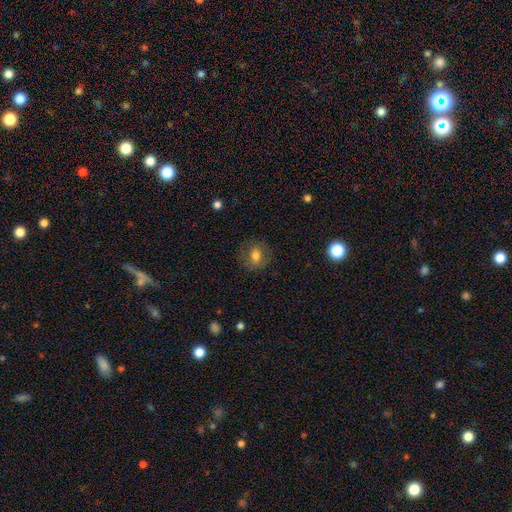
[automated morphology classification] Overall: smooth (67%). How rounded: round (75%). Merging: none (81%).